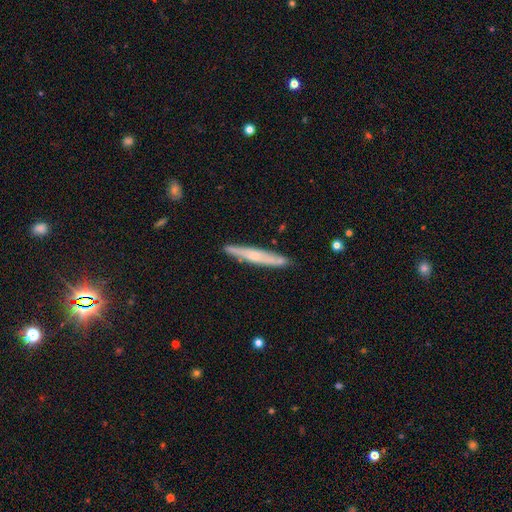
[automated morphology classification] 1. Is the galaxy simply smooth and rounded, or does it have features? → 55% featured or disk, 39% smooth, 6% star or artifact.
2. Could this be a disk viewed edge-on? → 91% yes, 9% no.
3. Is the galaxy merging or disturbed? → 86% none, 10% minor disturbance, 2% major disturbance, 2% merger.